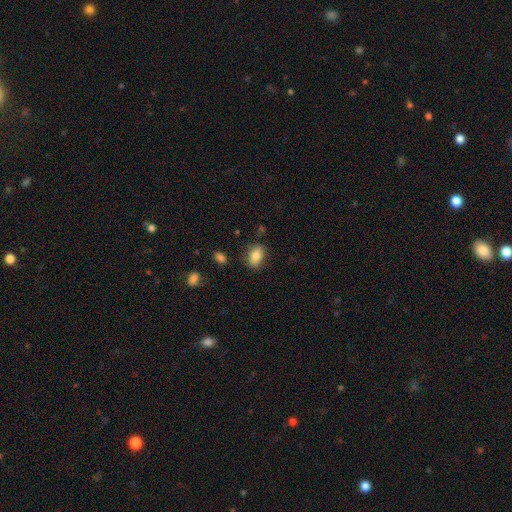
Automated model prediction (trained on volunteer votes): Morphology: type=smooth (84%); roundness=in between (84%); merging=none (81%).